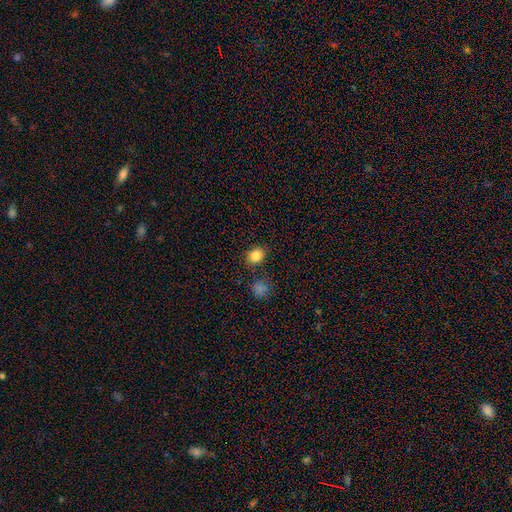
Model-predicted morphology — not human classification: This appears to be a smooth galaxy with no disk features (85%) that is round (50%). Merging: none (82%).